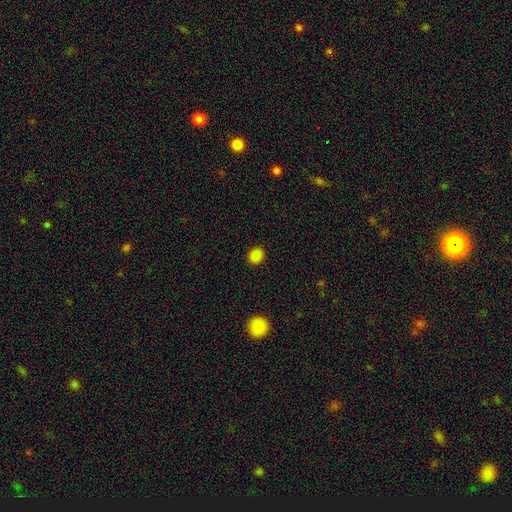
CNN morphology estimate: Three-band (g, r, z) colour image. It shows a smooth galaxy with no disk features (85%) that is round (78%). Merging: none (91%).